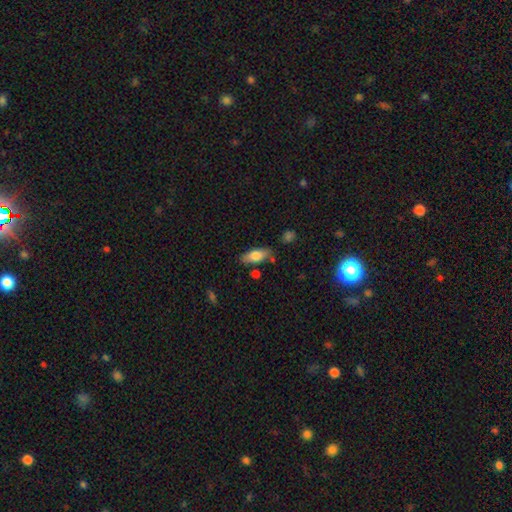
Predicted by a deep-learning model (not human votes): A smooth galaxy with no disk features (74%) that is in between round and cigar-shaped (77%).

Vote fractions:
- Smooth or featured? smooth: 74% / featured or disk: 20% / star or artifact: 7%
- How rounded? in between: 77% / cigar-shaped: 21% / round: 3%
- Merging? none: 76% / minor disturbance: 15% / merger: 5% / major disturbance: 3%